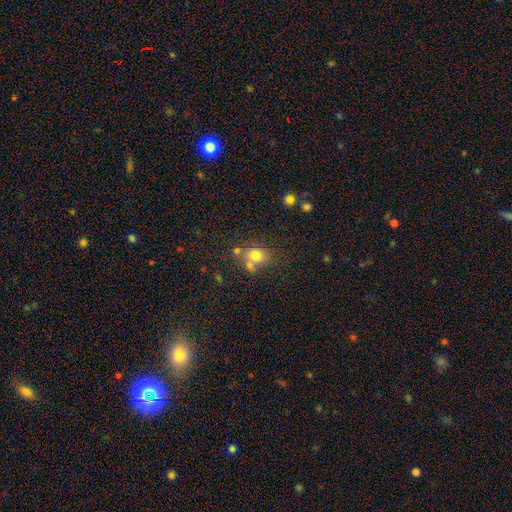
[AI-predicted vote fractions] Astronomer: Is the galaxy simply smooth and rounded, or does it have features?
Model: smooth — 74%.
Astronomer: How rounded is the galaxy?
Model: round — 53% (runner-up: in between, 46%).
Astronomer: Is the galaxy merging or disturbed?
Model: none — 53%.